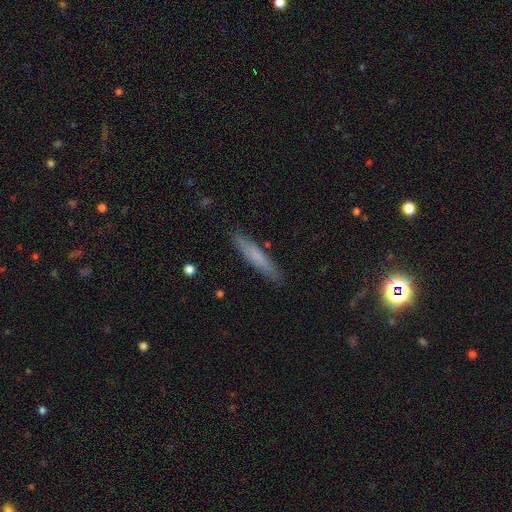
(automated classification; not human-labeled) Smooth or featured? smooth (70%)
How rounded? cigar-shaped (93%)
Merging? none (89%)